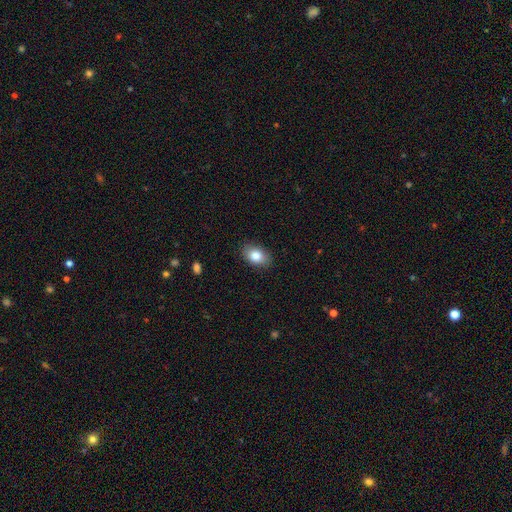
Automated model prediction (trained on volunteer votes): Smooth or featured? Predicted: smooth (p=0.84). How rounded? Predicted: in between (p=0.86). Merging? Predicted: none (p=0.87).